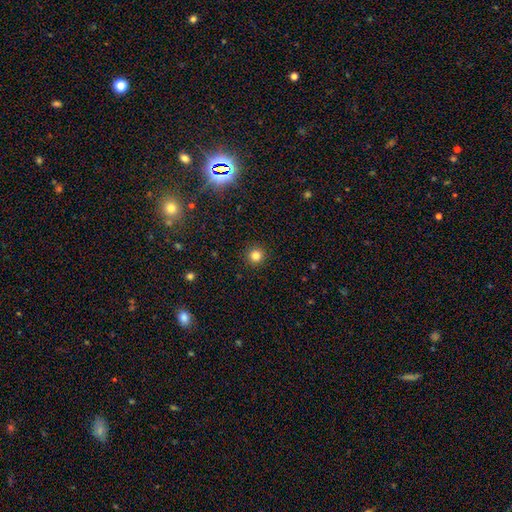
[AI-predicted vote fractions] Q: Smooth or featured?
A: smooth (82%); runner-up: star or artifact (13%)
Q: How rounded?
A: round (95%); runner-up: in between (4%)
Q: Merging?
A: none (93%); runner-up: minor disturbance (4%)